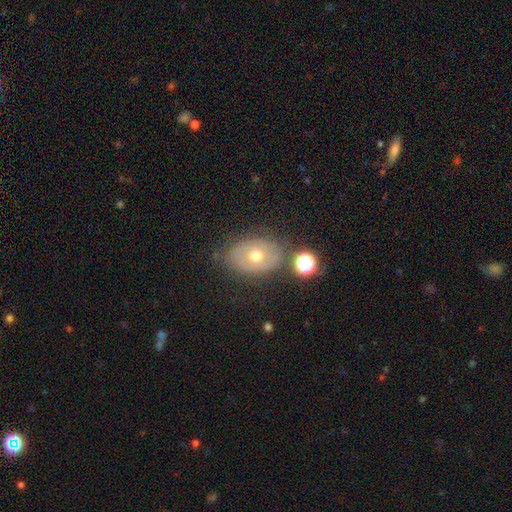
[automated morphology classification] smooth 49%, featured or disk 39%, star or artifact 12%. Down the decision tree: merging — none (72%).